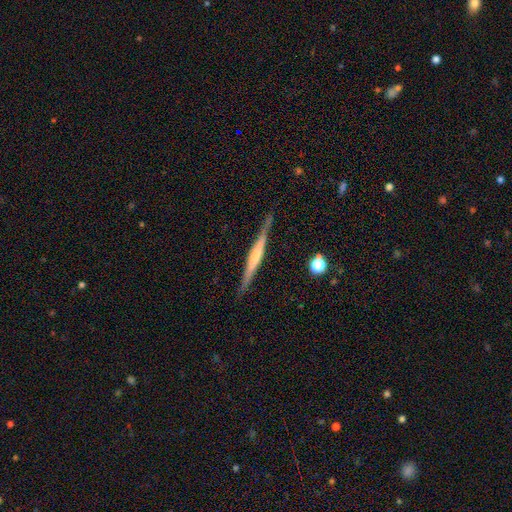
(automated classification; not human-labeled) A featured or disk galaxy (71%) viewed edge-on (98%) with a rounded central bulge (48%).

Vote fractions:
- Smooth or featured? featured or disk: 71% / smooth: 24% / star or artifact: 5%
- Edge-on disk? yes: 98% / no: 2%
- Edge-on bulge? rounded: 48% / none: 30% / boxy: 22%
- Merging? none: 87% / minor disturbance: 10% / major disturbance: 2% / merger: 1%